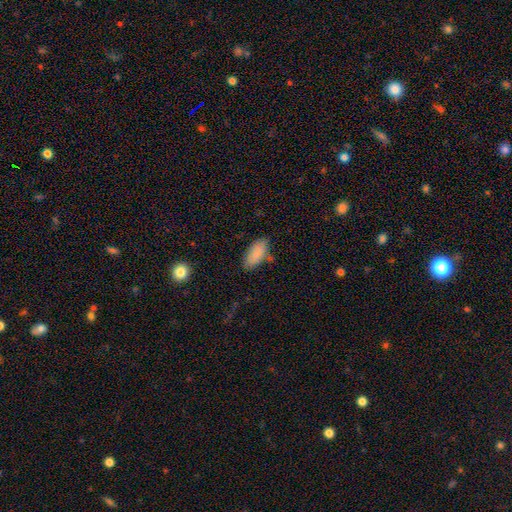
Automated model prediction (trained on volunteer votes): Overall: smooth (86%). How rounded: in between (91%). Merging: none (71%).